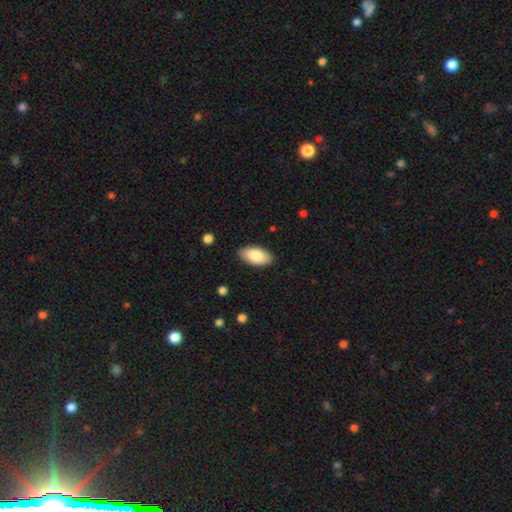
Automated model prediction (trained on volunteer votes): Smooth or featured?
  - smooth: 85% *
  - featured or disk: 9%
  - star or artifact: 6%
How rounded?
  - in between: 94% *
  - cigar-shaped: 3%
  - round: 2%
Merging?
  - none: 87% *
  - minor disturbance: 10%
  - major disturbance: 2%
  - merger: 1%